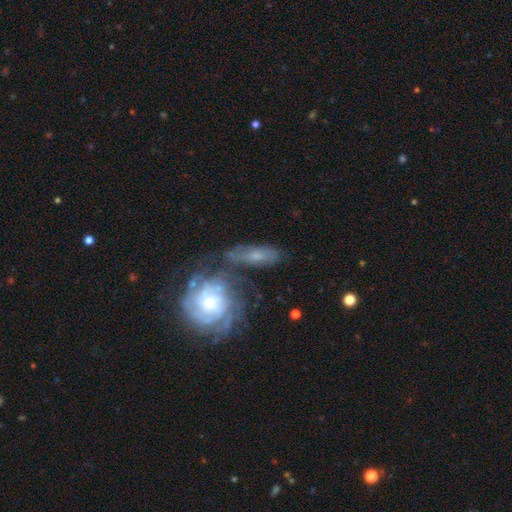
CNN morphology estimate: featured or disk 65%, smooth 26%, star or artifact 10%. Down the decision tree: edge-on disk — no (88%); bar — no (64%); spiral arms — yes (84%); bulge size — small (44%); merging — none (46%).